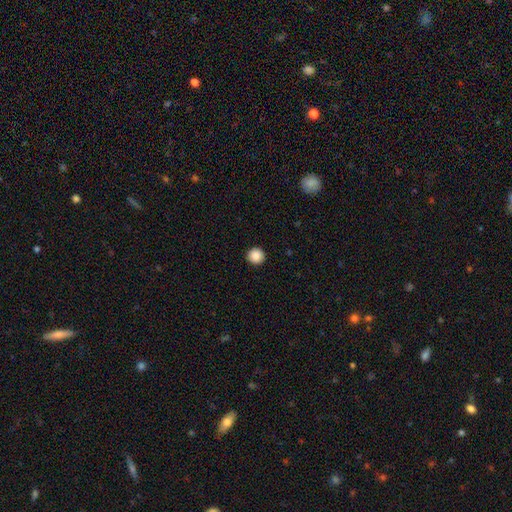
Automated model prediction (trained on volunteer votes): smooth 88%, star or artifact 9%, featured or disk 3%. Down the decision tree: how rounded — round (95%); merging — none (93%).